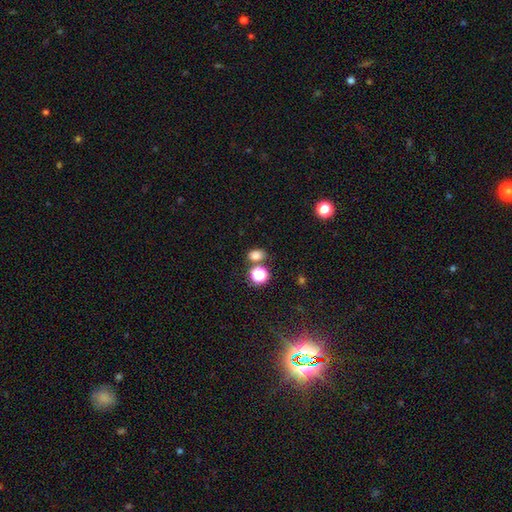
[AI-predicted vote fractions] A smooth galaxy with no disk features (76%) that is in between round and cigar-shaped (60%).

Vote fractions:
- Smooth or featured? smooth: 76% / star or artifact: 18% / featured or disk: 6%
- How rounded? in between: 60% / round: 39% / cigar-shaped: 1%
- Merging? none: 69% / merger: 16% / minor disturbance: 11% / major disturbance: 4%